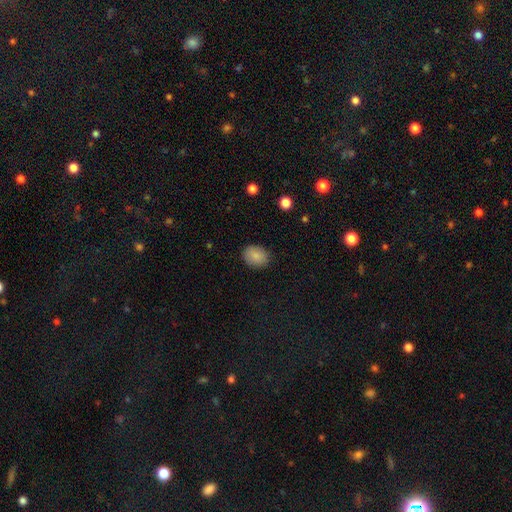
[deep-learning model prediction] Smooth or featured: smooth — 87% (star or artifact — 8%)
How rounded: in between — 58% (round — 41%)
Merging: none — 86% (minor disturbance — 10%)